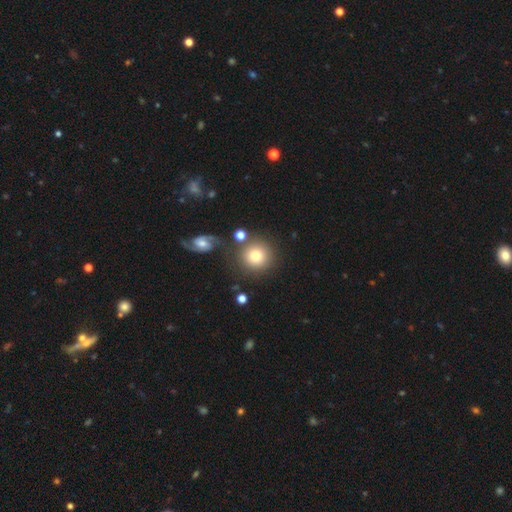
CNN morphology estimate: The model was most divided on "smooth or featured": smooth: 75%, featured or disk: 15%, star or artifact: 10%. More confident: how rounded — round (93%); merging — none (75%).